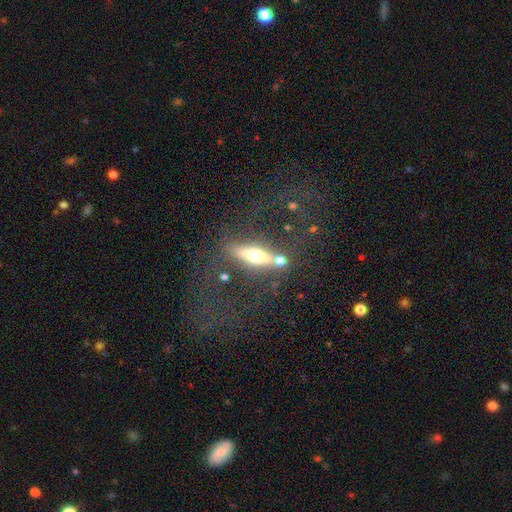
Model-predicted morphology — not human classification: smooth-or-featured: featured or disk: 48% | smooth: 42% | star or artifact: 10%
  merging: none: 67% | minor disturbance: 14% | merger: 12% | major disturbance: 8%